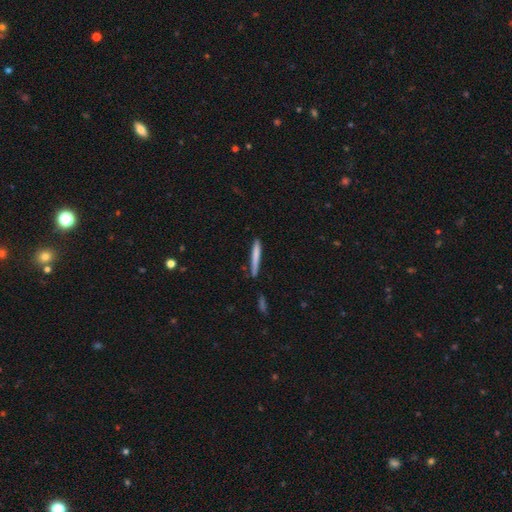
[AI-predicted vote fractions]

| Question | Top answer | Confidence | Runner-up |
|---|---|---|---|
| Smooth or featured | smooth | 74% | featured or disk (20%) |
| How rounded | cigar-shaped | 96% | in between (3%) |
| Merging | none | 83% | minor disturbance (12%) |